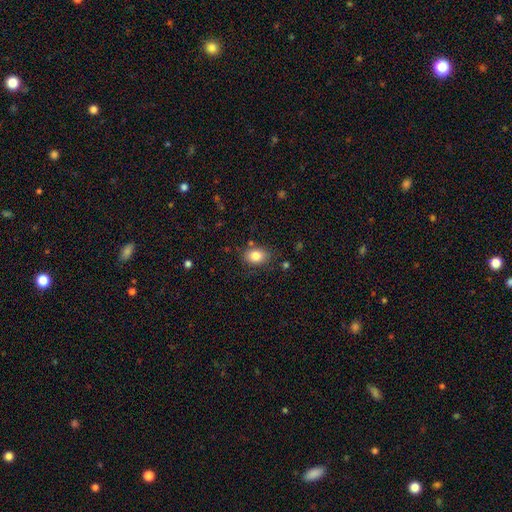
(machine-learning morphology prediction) type=smooth (84%); roundness=in between (76%); merging=none (80%).